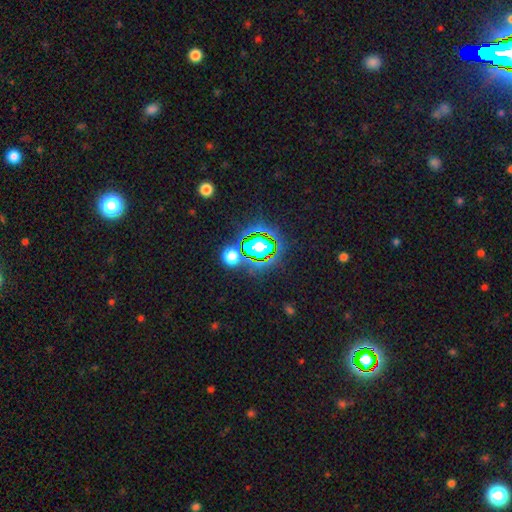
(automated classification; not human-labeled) smooth-or-featured: star or artifact: 80% | smooth: 12% | featured or disk: 7%